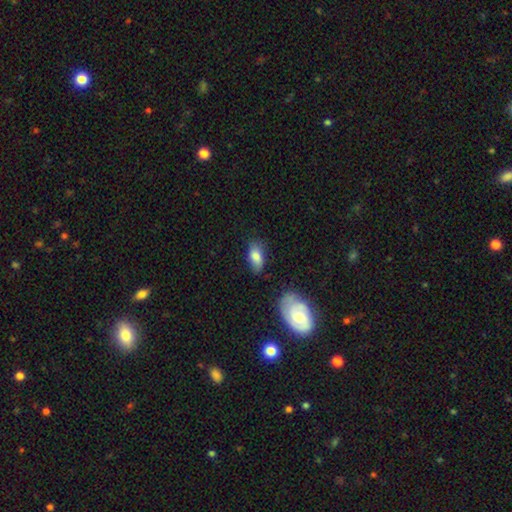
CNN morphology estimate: smooth_or_featured: smooth (p=0.80) [alt: featured or disk p=0.13]
how_rounded: in between (p=0.90) [alt: cigar-shaped p=0.06]
merging: none (p=0.69) [alt: minor disturbance p=0.23]